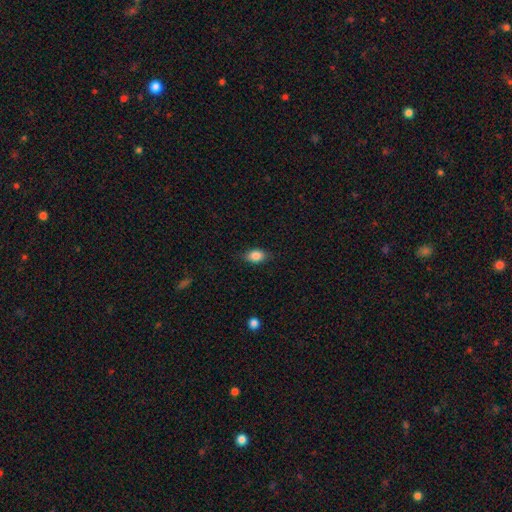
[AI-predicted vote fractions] smooth 86%, star or artifact 8%, featured or disk 6%. Down the decision tree: how rounded — in between (82%); merging — none (83%).